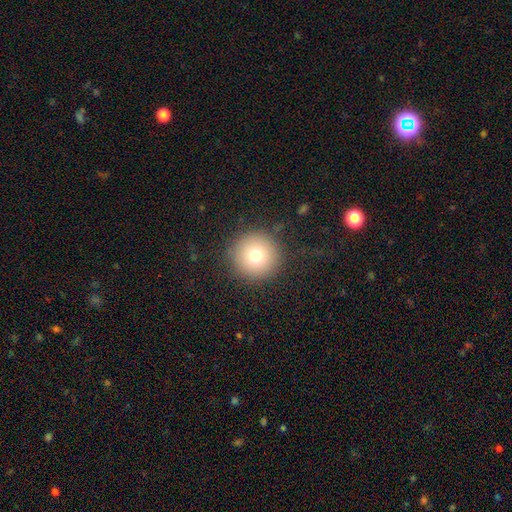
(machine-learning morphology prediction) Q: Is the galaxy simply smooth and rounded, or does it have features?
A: smooth — 75%.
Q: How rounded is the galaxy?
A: round — 96%.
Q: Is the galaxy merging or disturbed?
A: none — 88%.